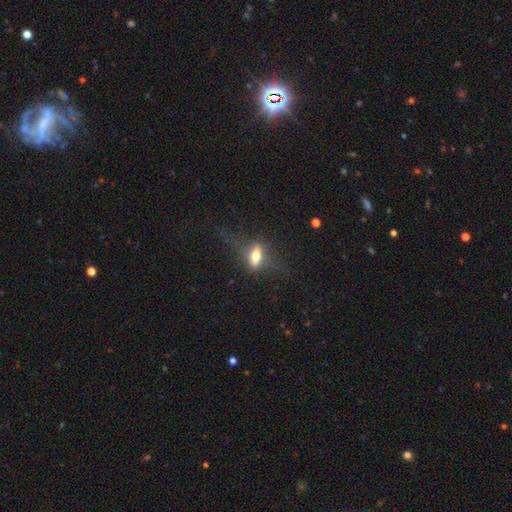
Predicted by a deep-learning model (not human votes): Overall: smooth (49%; featured or disk 41%). Merging: none (54%; major disturbance 25%).